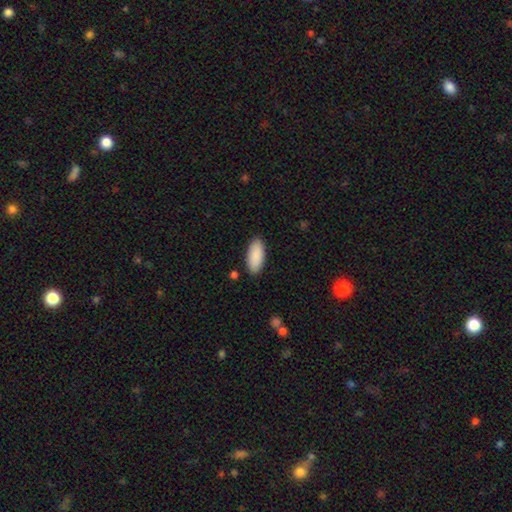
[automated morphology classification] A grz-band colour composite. It shows a smooth galaxy with no disk features (90%) that is in between round and cigar-shaped (88%). Merging: none (88%).